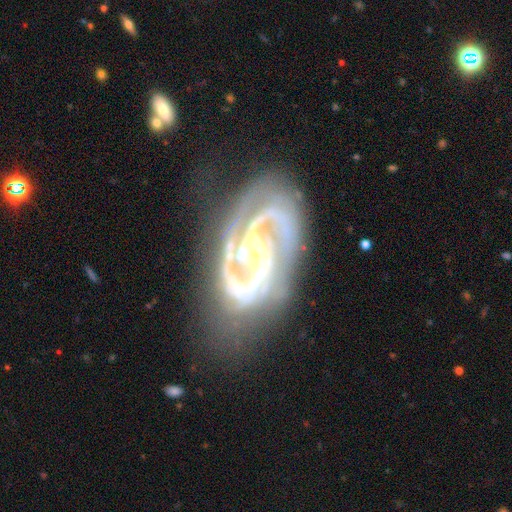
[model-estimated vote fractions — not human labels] This appears to be a featured or disk galaxy (92%) with a weak bar (36%), 2 (69%) medium (51%) spiral arms (98%) and a small central bulge (62%). Merging: none (65%).